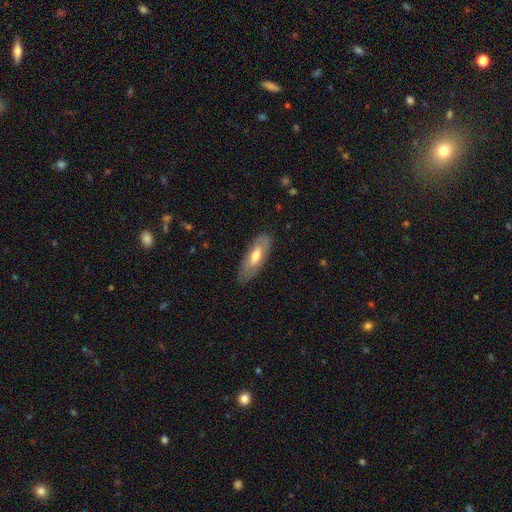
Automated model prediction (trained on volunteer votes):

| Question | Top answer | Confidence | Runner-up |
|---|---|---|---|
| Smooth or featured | smooth | 56% | featured or disk (38%) |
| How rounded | in between | 67% | cigar-shaped (31%) |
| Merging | none | 81% | minor disturbance (14%) |